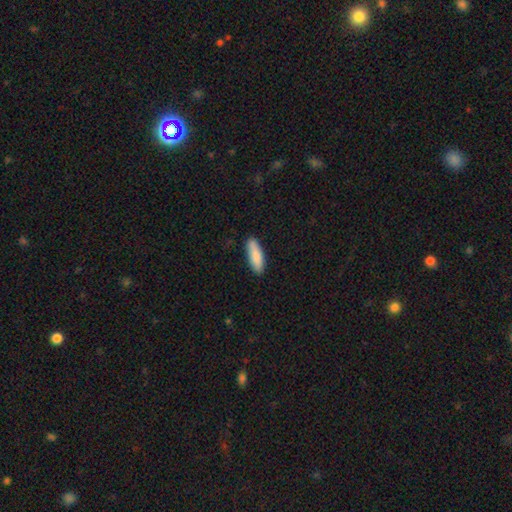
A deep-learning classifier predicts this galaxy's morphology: type=smooth (87%); roundness=in between (52%); merging=none (85%).